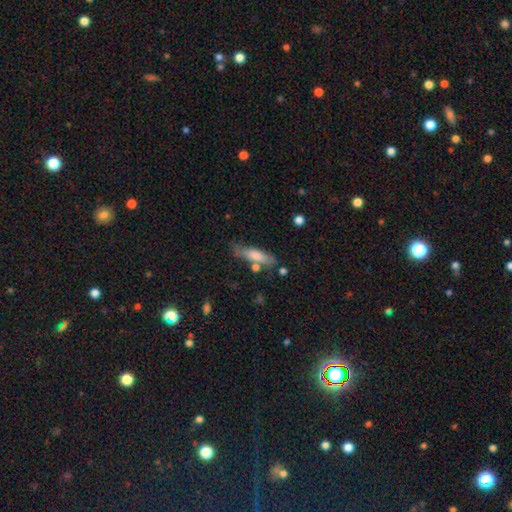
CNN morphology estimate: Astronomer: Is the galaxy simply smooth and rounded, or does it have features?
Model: smooth — 68%.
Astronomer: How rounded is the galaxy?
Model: cigar-shaped — 67%.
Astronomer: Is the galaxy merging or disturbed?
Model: none — 66%.